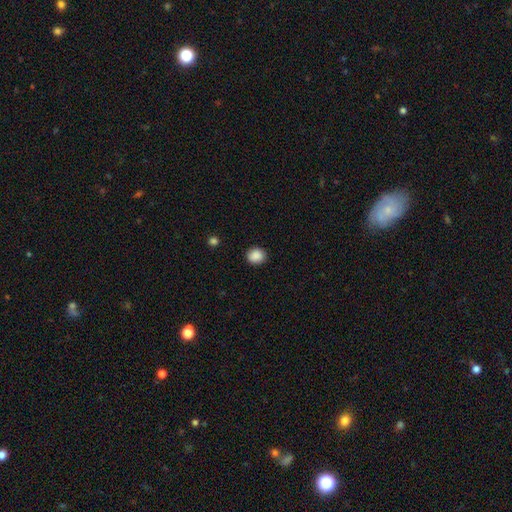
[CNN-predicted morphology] type=smooth (89%); roundness=round (76%); merging=none (89%).